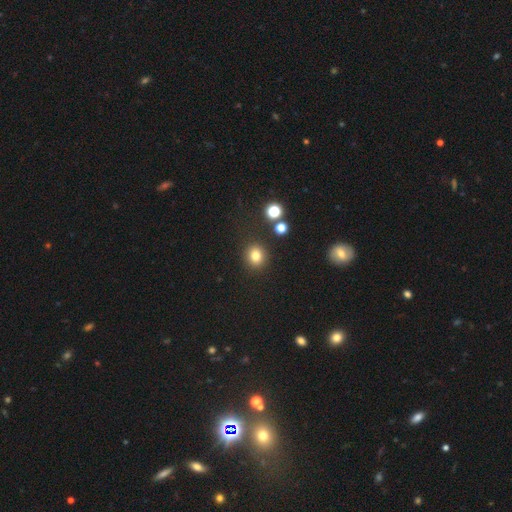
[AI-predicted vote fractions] smooth_or_featured: smooth (p=0.80) [alt: star or artifact p=0.14]
how_rounded: round (p=0.83) [alt: in between p=0.16]
merging: none (p=0.87) [alt: minor disturbance p=0.07]